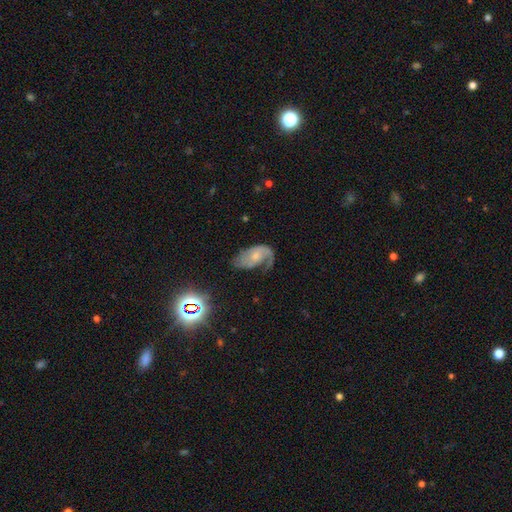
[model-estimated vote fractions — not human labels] Smooth or featured? featured or disk (70%)
Edge-on disk? no (96%)
Bar? no (70%)
Spiral arms? yes (89%)
Spiral winding? medium (40%)
Spiral arm count? 1 (48%)
Bulge size? small (58%)
Merging? none (39%)